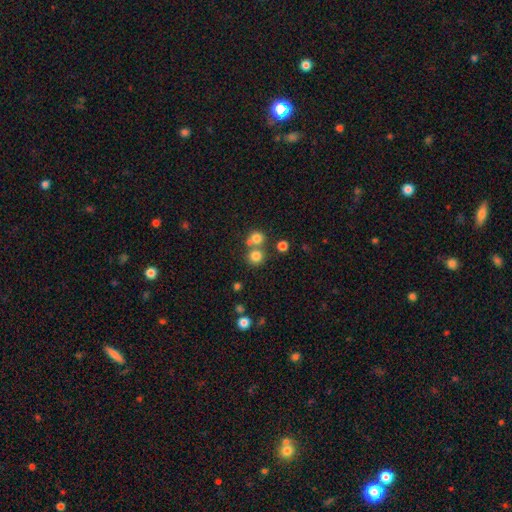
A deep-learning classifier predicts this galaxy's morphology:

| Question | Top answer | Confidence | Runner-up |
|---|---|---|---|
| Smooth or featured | smooth | 77% | star or artifact (15%) |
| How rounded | round | 89% | in between (10%) |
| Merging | none | 60% | merger (30%) |